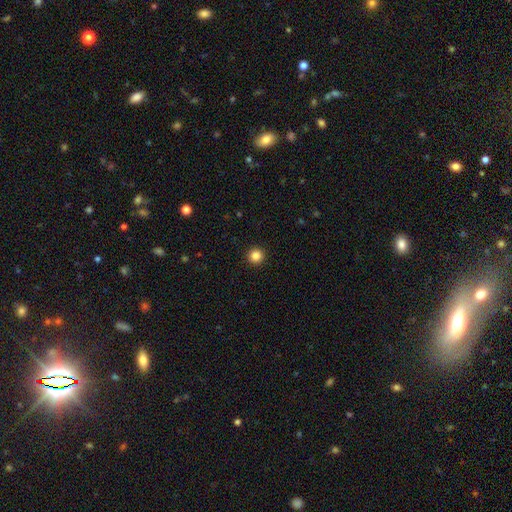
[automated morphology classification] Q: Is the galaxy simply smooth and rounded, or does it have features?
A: smooth — 85%.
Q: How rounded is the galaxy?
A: round — 96%.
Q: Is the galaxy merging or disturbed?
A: none — 94%.